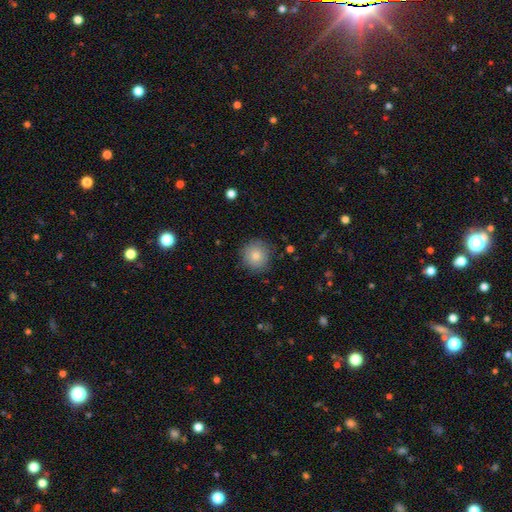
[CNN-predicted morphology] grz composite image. It shows a smooth galaxy with no disk features (81%) that is round (92%). Merging: none (84%).